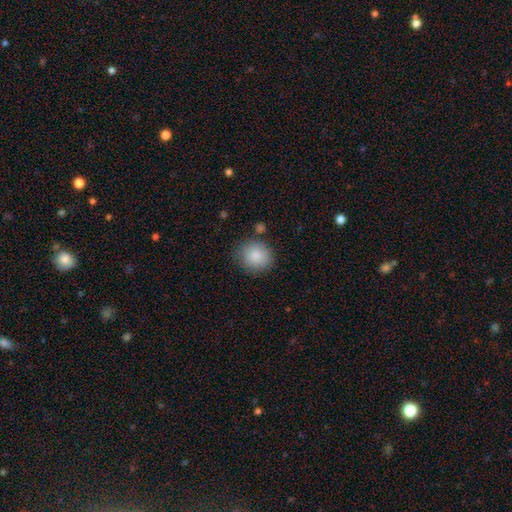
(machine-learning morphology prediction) Smooth or featured: smooth — 86% (star or artifact — 8%)
How rounded: round — 82% (in between — 17%)
Merging: none — 81% (minor disturbance — 12%)